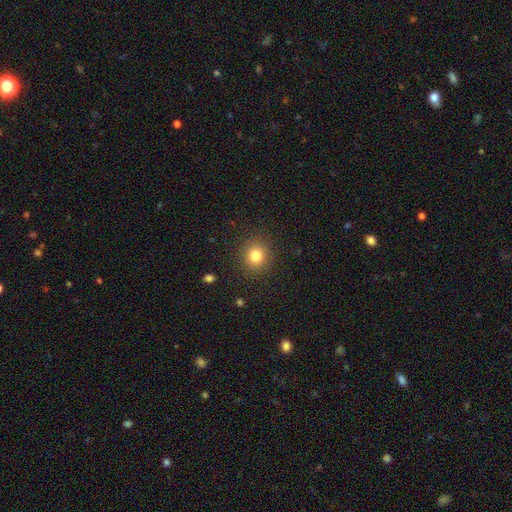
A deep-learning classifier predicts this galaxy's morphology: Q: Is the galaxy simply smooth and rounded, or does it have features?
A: smooth — 81%.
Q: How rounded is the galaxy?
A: round — 85%.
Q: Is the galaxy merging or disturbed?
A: none — 89%.